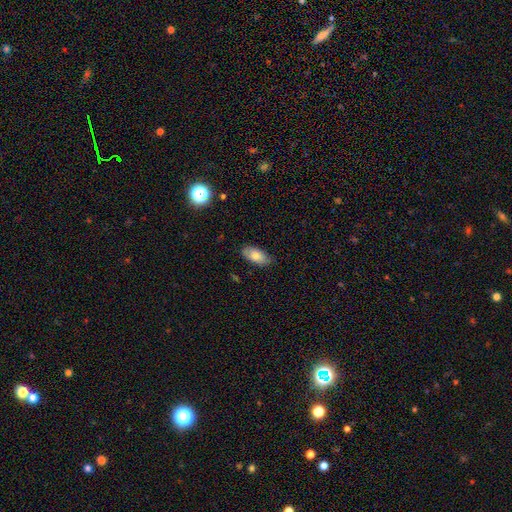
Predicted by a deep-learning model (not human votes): Smooth or featured? smooth (77%)
How rounded? in between (91%)
Merging? none (80%)